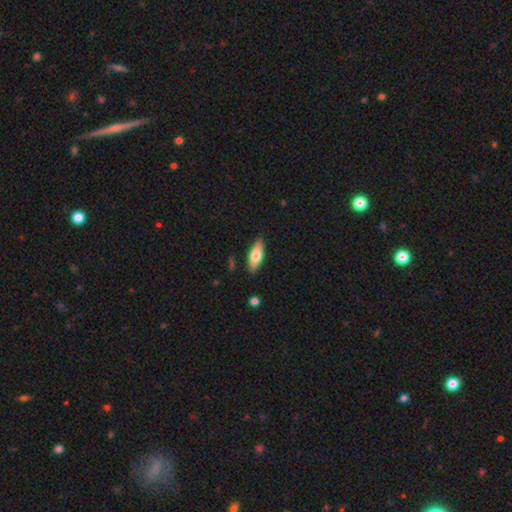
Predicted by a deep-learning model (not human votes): The model was most divided on "how rounded": in between: 73%, cigar-shaped: 25%, round: 2%. More confident: merging — none (87%); smooth or featured — smooth (71%).